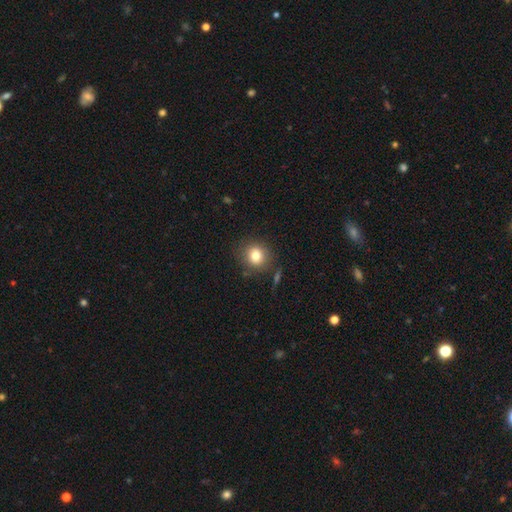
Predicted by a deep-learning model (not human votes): Smooth or featured? smooth (80%)
How rounded? round (85%)
Merging? none (83%)